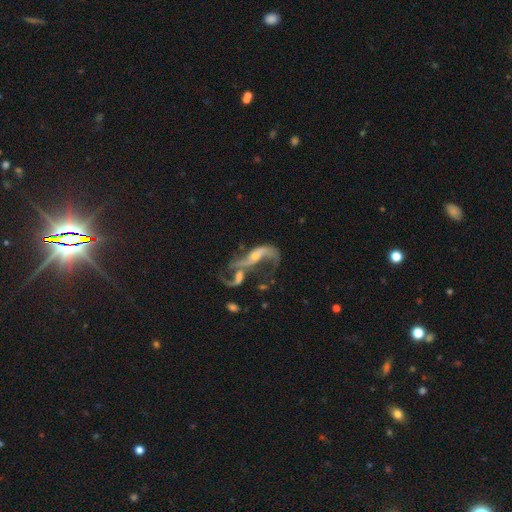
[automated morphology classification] This is likely a featured or disk galaxy (76%). It is clearly not viewed edge-on (90%). Bar: possibly no (54%). Spiral arm pattern: likely yes (75%). Spiral arm count: likely 2 (63%). Spiral winding: clearly loose (82%). Central bulge: possibly small (45%). Merging: possibly merger (48%).